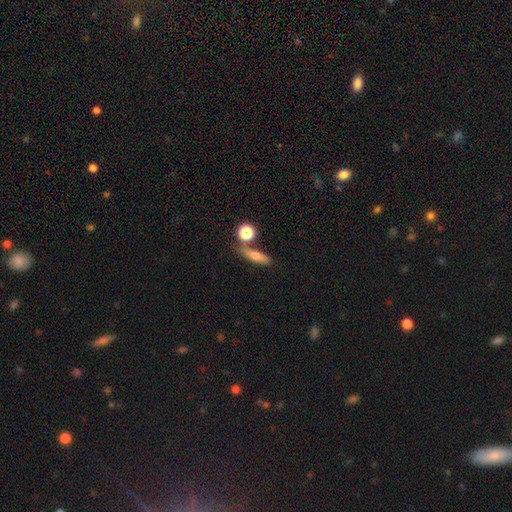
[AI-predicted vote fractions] smooth_or_featured: smooth (p=0.69) [alt: featured or disk p=0.21]
how_rounded: cigar-shaped (p=0.55) [alt: in between p=0.31]
merging: none (p=0.66) [alt: merger p=0.15]